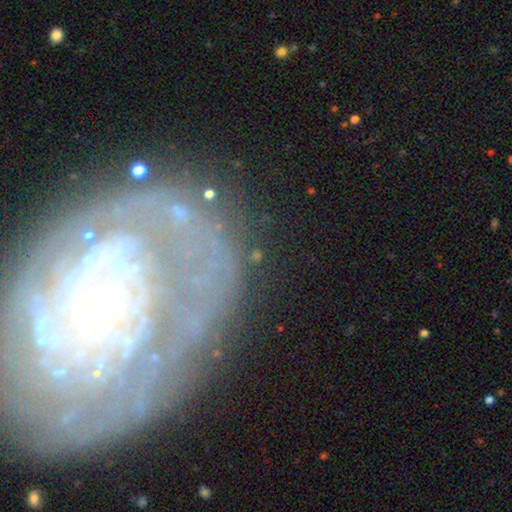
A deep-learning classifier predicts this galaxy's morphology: type=featured or disk (72%); edge-on=no (93%); bar=no (47%); spiral arms=yes (77%); winding=tight (65%); arm count=can't tell (34%); bulge=small (53%); merging=none (65%).